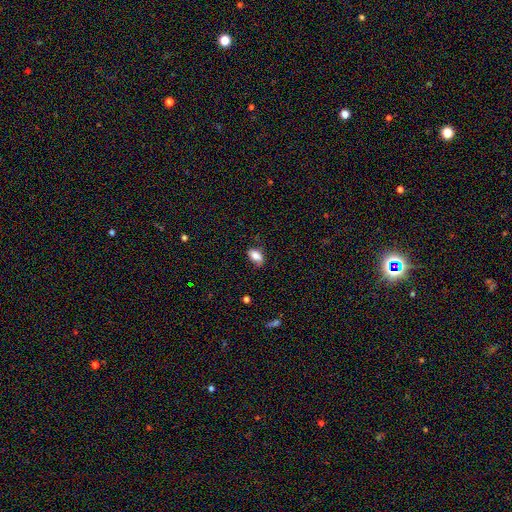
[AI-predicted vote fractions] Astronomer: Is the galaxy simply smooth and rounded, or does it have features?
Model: smooth — 83%.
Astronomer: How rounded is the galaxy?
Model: in between — 89%.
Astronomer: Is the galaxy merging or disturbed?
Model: none — 62%.